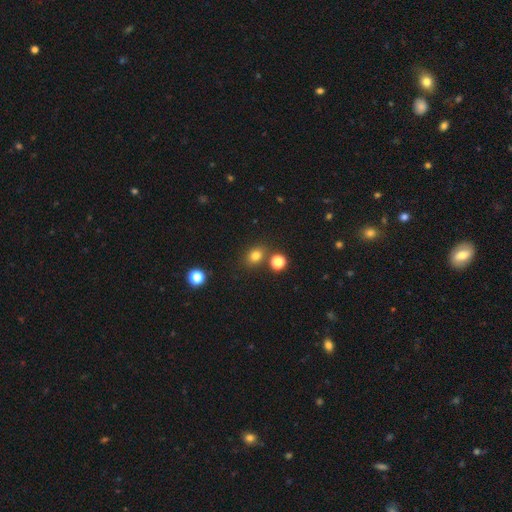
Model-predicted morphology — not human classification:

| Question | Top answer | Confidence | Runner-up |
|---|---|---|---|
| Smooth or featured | smooth | 79% | star or artifact (15%) |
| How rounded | round | 53% | in between (46%) |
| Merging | none | 76% | minor disturbance (11%) |